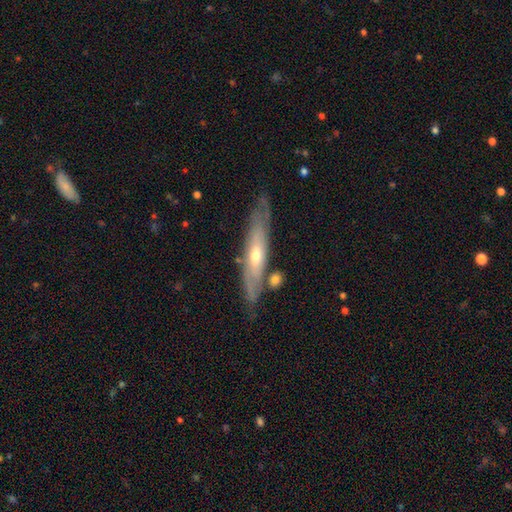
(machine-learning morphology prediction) Smooth or featured? featured or disk (68%)
Edge-on disk? yes (56%)
Merging? none (74%)